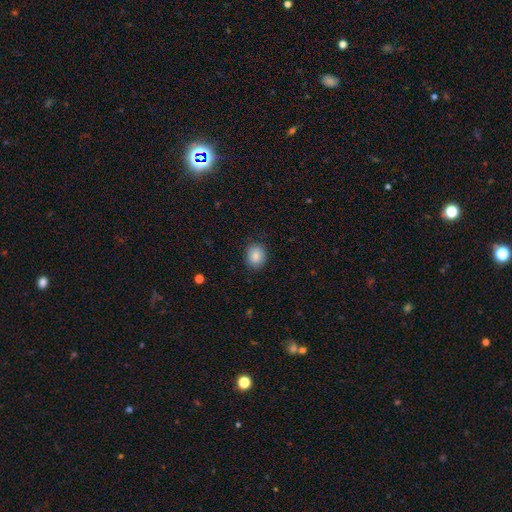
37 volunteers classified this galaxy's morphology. Smooth or featured? 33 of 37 (89%) said smooth. How rounded? 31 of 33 (94%) said round. Merging? 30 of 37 (81%) said none.